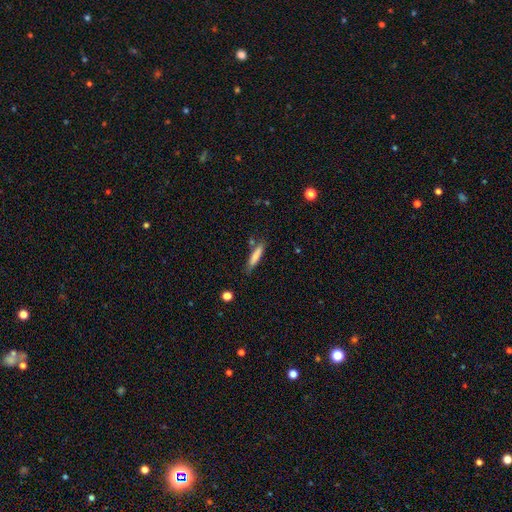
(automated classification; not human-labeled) Smooth or featured? smooth (78%)
How rounded? cigar-shaped (85%)
Merging? none (74%)